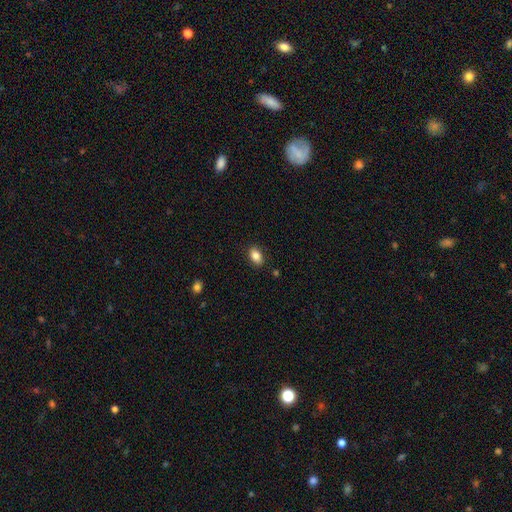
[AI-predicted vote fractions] Smooth or featured? Predicted: smooth (p=0.85). How rounded? Predicted: in between (p=0.87). Merging? Predicted: none (p=0.87).